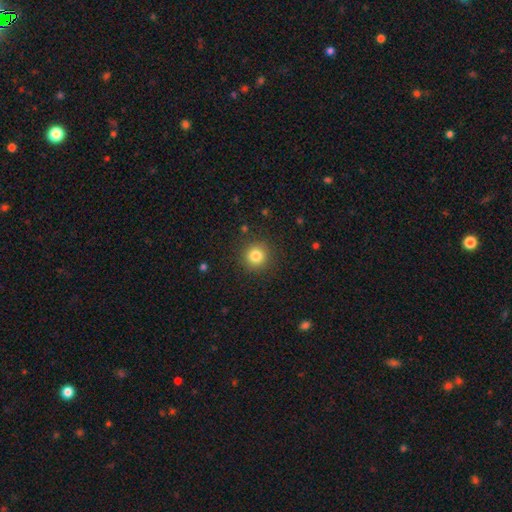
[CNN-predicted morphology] Overall: smooth (82%). How rounded: round (94%). Merging: none (90%).